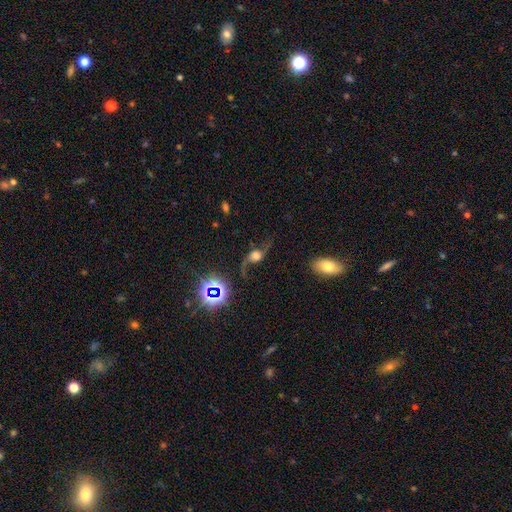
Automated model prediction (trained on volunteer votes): A featured or disk galaxy (66%) with no bar (65%), 2 (89%) loose (92%) spiral arms (91%) and a large central bulge (37%).

Vote fractions:
- Smooth or featured? featured or disk: 66% / star or artifact: 17% / smooth: 17%
- Edge-on disk? no: 89% / yes: 11%
- Bar? no: 65% / weak: 24% / strong: 10%
- Spiral arms? yes: 91% / no: 9%
- Spiral winding? loose: 92% / medium: 6% / tight: 2%
- Spiral arm count? 2: 89% / 1: 7% / can't tell: 2% / 3: 1% / more than 4: 1% / 4: 1%
- Bulge size? large: 37% / dominant: 22% / moderate: 22% / small: 10% / none: 9%
- Merging? none: 59% / major disturbance: 19% / minor disturbance: 17% / merger: 5%